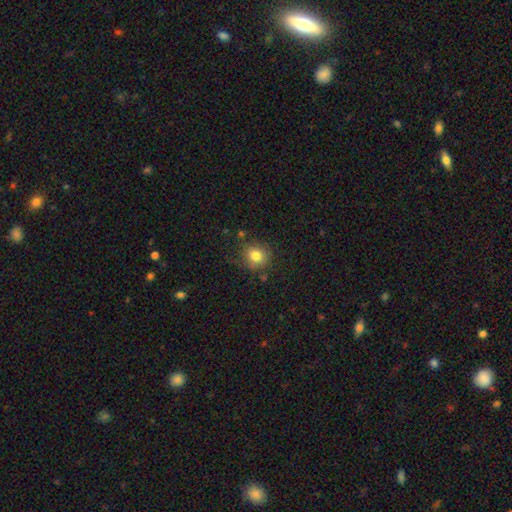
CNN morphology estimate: type=smooth (81%); roundness=round (81%); merging=none (77%).